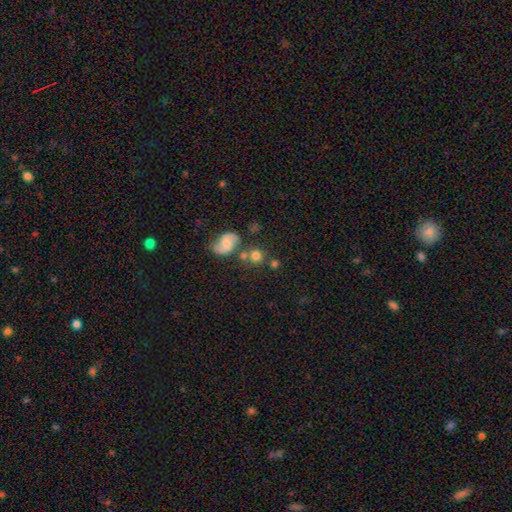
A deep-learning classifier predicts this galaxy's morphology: This appears to be a smooth galaxy with no disk features (74%) that is round (85%). Merging: none (66%).